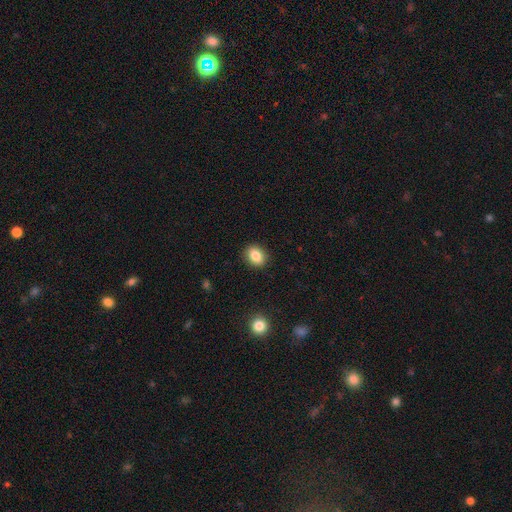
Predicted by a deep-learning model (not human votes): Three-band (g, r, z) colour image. It shows a smooth galaxy with no disk features (84%) that is in between round and cigar-shaped (59%). Merging: none (90%).